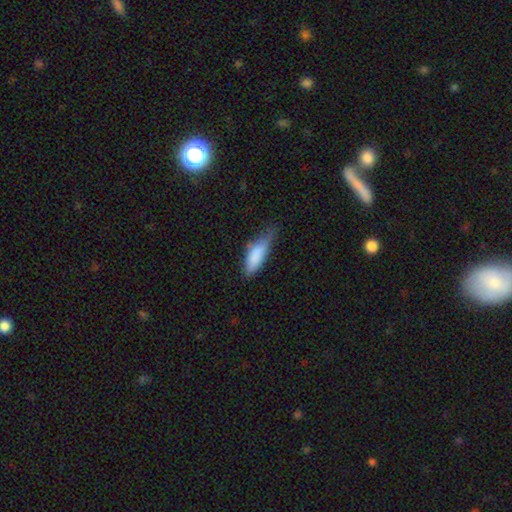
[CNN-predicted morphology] Smooth or featured? smooth (81%)
How rounded? in between (57%)
Merging? none (43%, tied with minor disturbance)